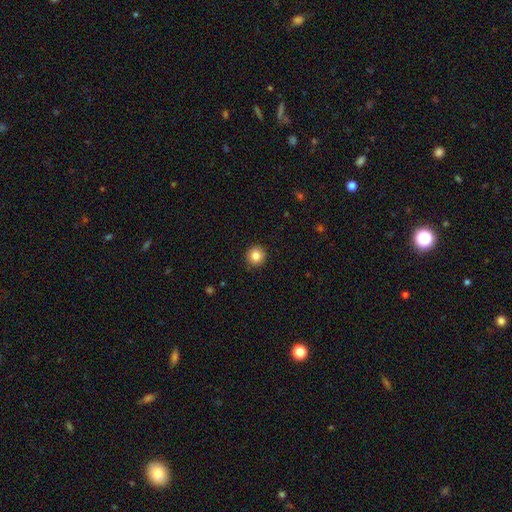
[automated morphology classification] Q: Smooth or featured?
A: smooth (83%); runner-up: star or artifact (10%)
Q: How rounded?
A: round (93%); runner-up: in between (6%)
Q: Merging?
A: none (92%); runner-up: minor disturbance (5%)